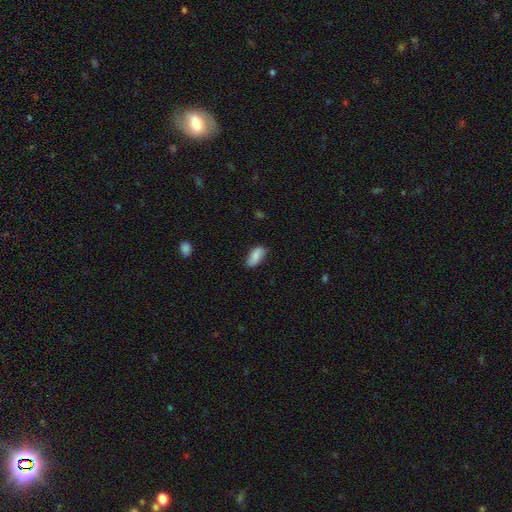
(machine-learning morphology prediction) smooth-or-featured: smooth: 81% | featured or disk: 13% | star or artifact: 7%
  how-rounded: in between: 89% | cigar-shaped: 9% | round: 3%
  merging: none: 75% | minor disturbance: 19% | major disturbance: 4% | merger: 2%